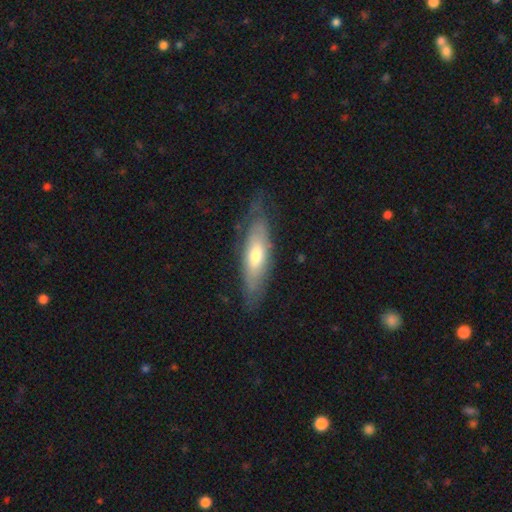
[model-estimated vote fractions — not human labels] Q: Smooth or featured?
A: featured or disk (47%); tied with: smooth (47%)
Q: Merging?
A: none (69%); runner-up: minor disturbance (22%)